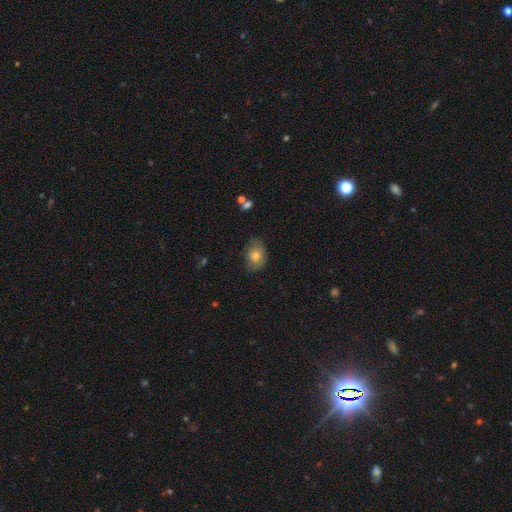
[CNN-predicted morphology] smooth_or_featured: smooth (p=0.69) [alt: featured or disk p=0.22]
how_rounded: in between (p=0.66) [alt: round p=0.33]
merging: none (p=0.70) [alt: minor disturbance p=0.23]